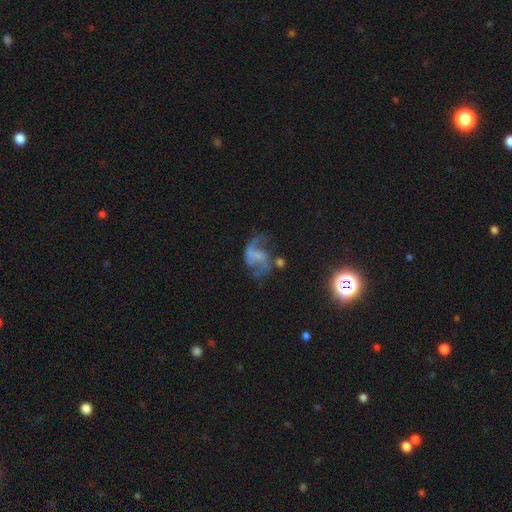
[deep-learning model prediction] A featured or disk galaxy (77%) with no bar (49%), 2 (83%) loose (63%) spiral arms (90%) and no central bulge (60%).

Vote fractions:
- Smooth or featured? featured or disk: 77% / smooth: 13% / star or artifact: 10%
- Edge-on disk? no: 98% / yes: 2%
- Bar? no: 49% / weak: 39% / strong: 13%
- Spiral arms? yes: 90% / no: 10%
- Spiral winding? loose: 63% / medium: 31% / tight: 6%
- Spiral arm count? 2: 83% / 1: 6% / can't tell: 5% / 3: 3% / 4: 1% / more than 4: 1%
- Bulge size? none: 60% / small: 20% / moderate: 13% / large: 5% / dominant: 2%
- Merging? none: 48% / major disturbance: 25% / minor disturbance: 19% / merger: 8%